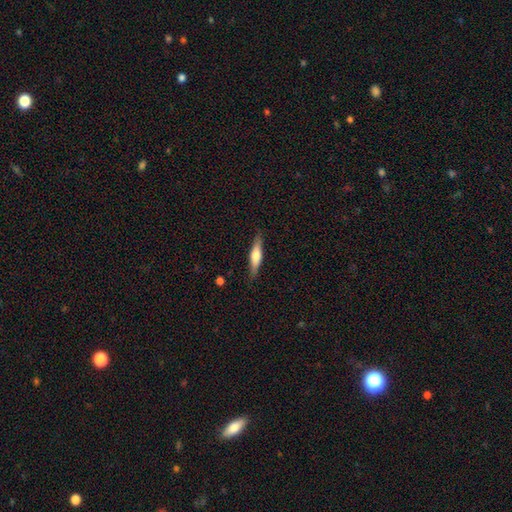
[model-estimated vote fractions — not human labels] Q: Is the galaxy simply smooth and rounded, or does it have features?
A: smooth — 48%.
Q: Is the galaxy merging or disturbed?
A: none — 87%.